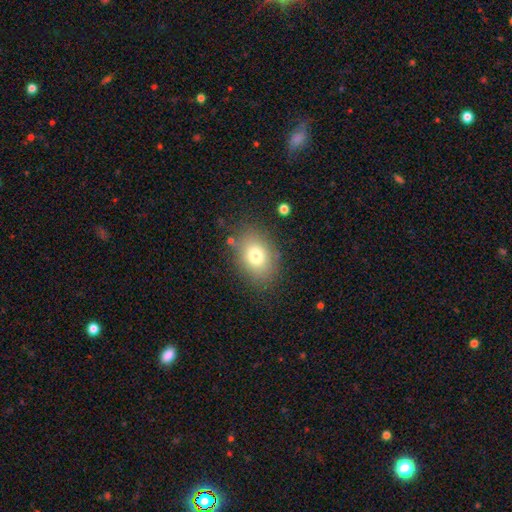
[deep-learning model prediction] smooth-or-featured: smooth: 76% | featured or disk: 13% | star or artifact: 11%
  how-rounded: in between: 73% | round: 26% | cigar-shaped: 1%
  merging: none: 80% | minor disturbance: 13% | major disturbance: 5% | merger: 2%